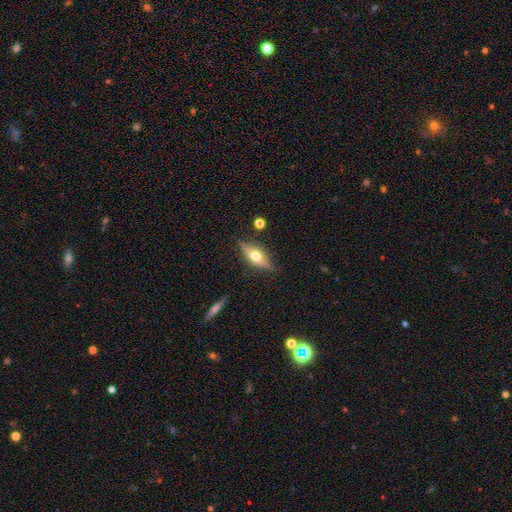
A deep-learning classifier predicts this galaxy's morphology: featured or disk 65%, smooth 26%, star or artifact 8%. Down the decision tree: edge-on disk — yes (93%); edge-on bulge — rounded (95%); merging — none (84%).